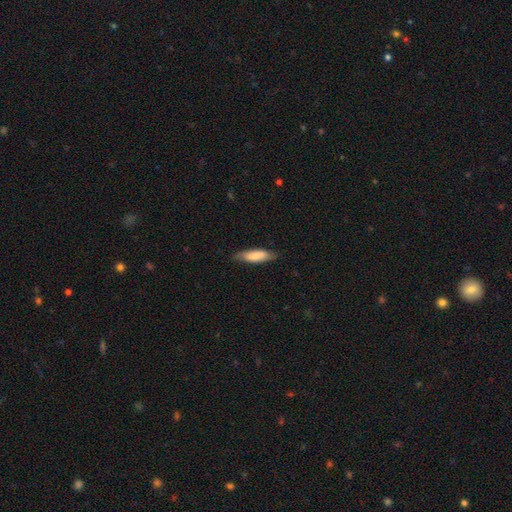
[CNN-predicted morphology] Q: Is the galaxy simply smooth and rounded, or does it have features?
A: smooth — 78%.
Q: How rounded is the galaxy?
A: cigar-shaped — 56%.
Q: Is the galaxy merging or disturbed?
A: none — 80%.